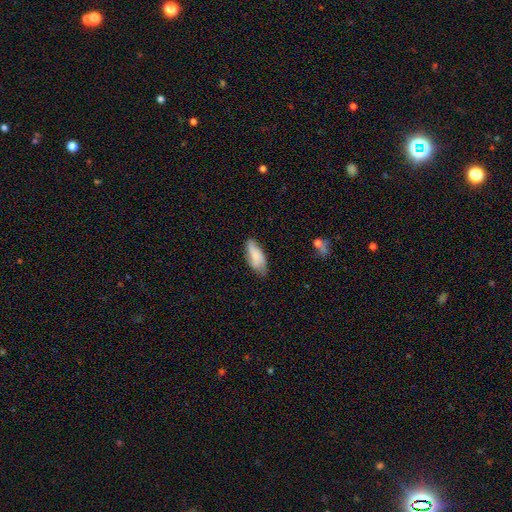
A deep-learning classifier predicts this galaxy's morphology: This is likely a smooth galaxy (76%). How rounded: clearly in between (81%). Merging: likely none (65%).